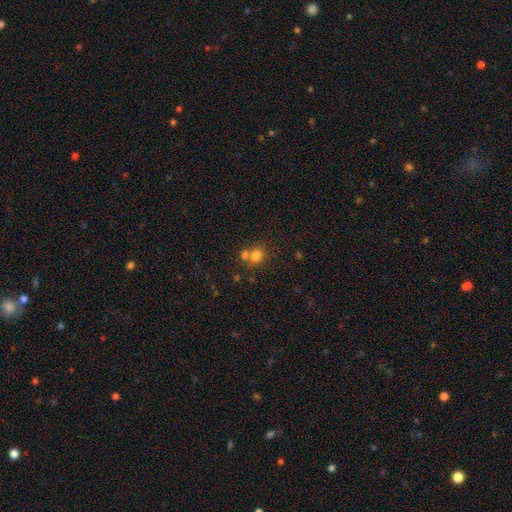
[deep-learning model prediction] A smooth galaxy with no disk features (77%) that is round (57%).

Vote fractions:
- Smooth or featured? smooth: 77% / star or artifact: 13% / featured or disk: 10%
- How rounded? round: 57% / in between: 42% / cigar-shaped: 1%
- Merging? merger: 44% (tied) / none: 44% (tied) / minor disturbance: 9% / major disturbance: 4%